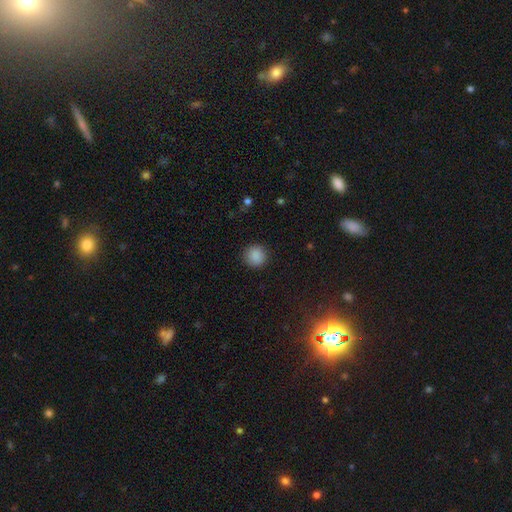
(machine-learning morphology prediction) smooth 88%, star or artifact 9%, featured or disk 3%. Down the decision tree: how rounded — round (93%); merging — none (90%).